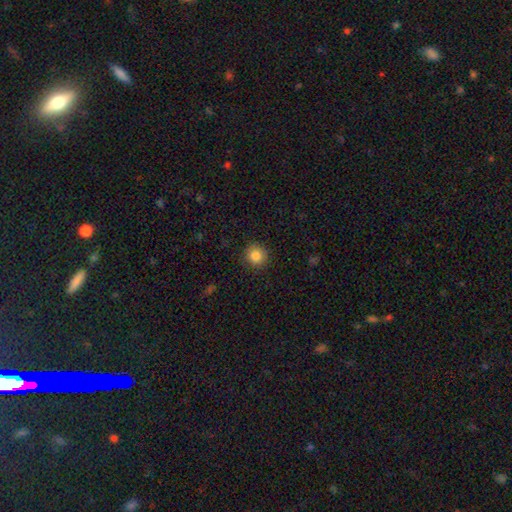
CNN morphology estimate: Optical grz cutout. It shows a smooth galaxy with no disk features (85%) that is round (92%). Merging: none (90%).